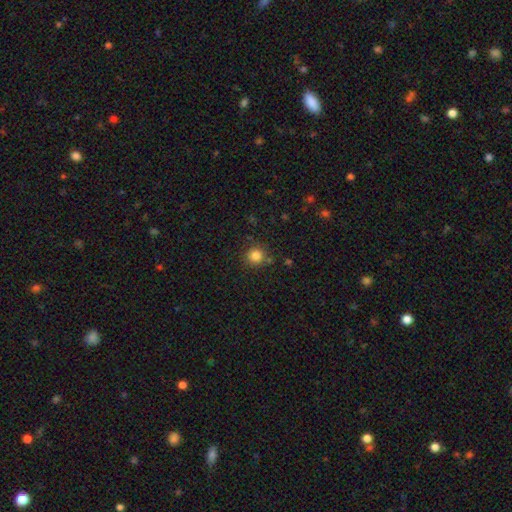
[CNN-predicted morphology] A smooth galaxy with no disk features (83%) that is round (93%).

Vote fractions:
- Smooth or featured? smooth: 83% / star or artifact: 12% / featured or disk: 5%
- How rounded? round: 93% / in between: 6% / cigar-shaped: 1%
- Merging? none: 83% / minor disturbance: 9% / merger: 4% / major disturbance: 3%